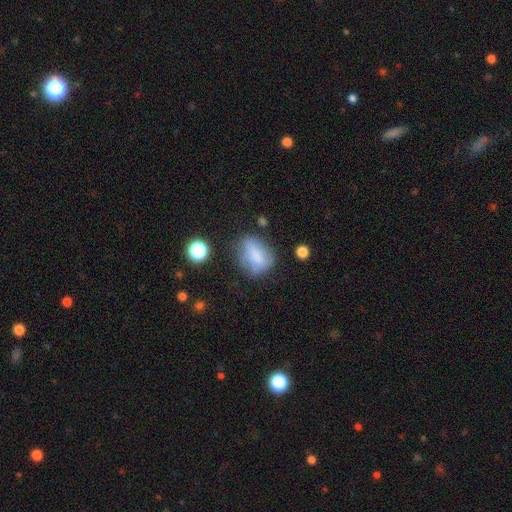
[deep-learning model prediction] This is likely a smooth galaxy (70%). How rounded: likely in between (63%). Merging: possibly none (48%).